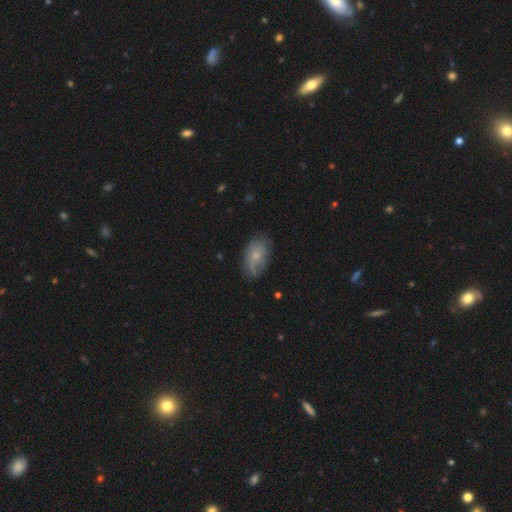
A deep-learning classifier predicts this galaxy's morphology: This appears to be a smooth galaxy with no disk features (57%) that is in between round and cigar-shaped (90%). Merging: none (66%).